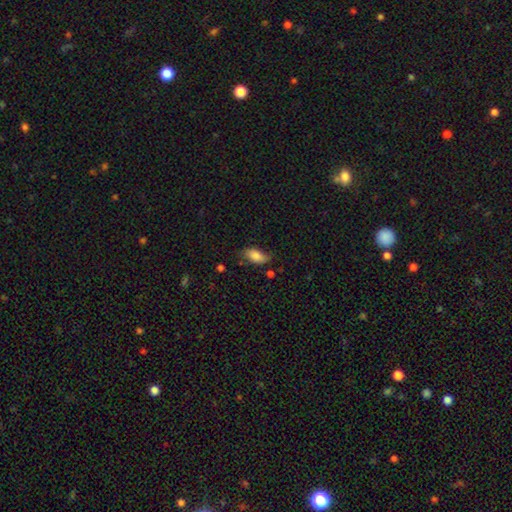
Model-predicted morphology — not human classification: This appears to be a smooth galaxy with no disk features (80%) that is in between round and cigar-shaped (91%). Merging: none (62%).